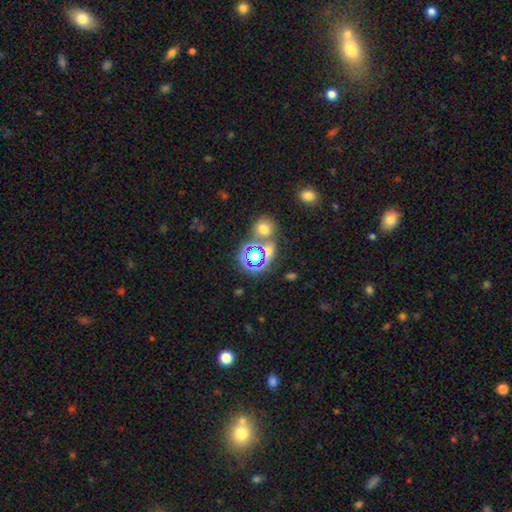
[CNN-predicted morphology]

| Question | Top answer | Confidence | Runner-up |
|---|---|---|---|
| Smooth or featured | star or artifact | 49% | smooth (40%) |